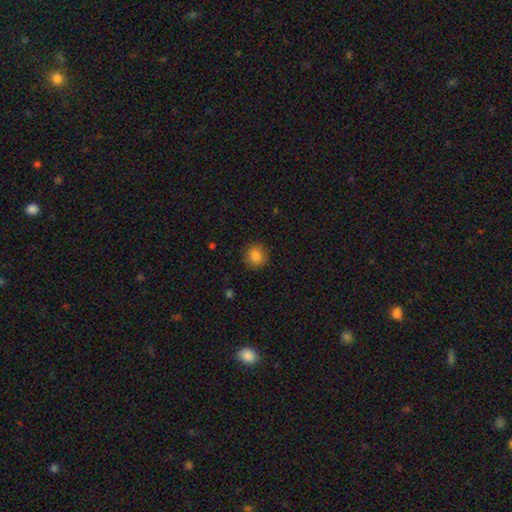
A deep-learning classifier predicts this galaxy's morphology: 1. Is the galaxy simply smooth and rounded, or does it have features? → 85% smooth, 10% star or artifact, 5% featured or disk.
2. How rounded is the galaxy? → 90% round, 9% in between, 1% cigar-shaped.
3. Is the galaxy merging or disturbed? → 88% none, 8% minor disturbance, 2% major disturbance, 1% merger.